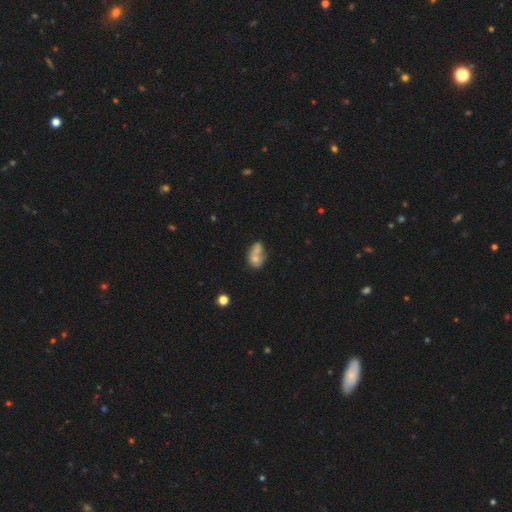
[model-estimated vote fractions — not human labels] smooth 63%, featured or disk 26%, star or artifact 11%. Down the decision tree: how rounded — in between (66%); merging — merger (54%).